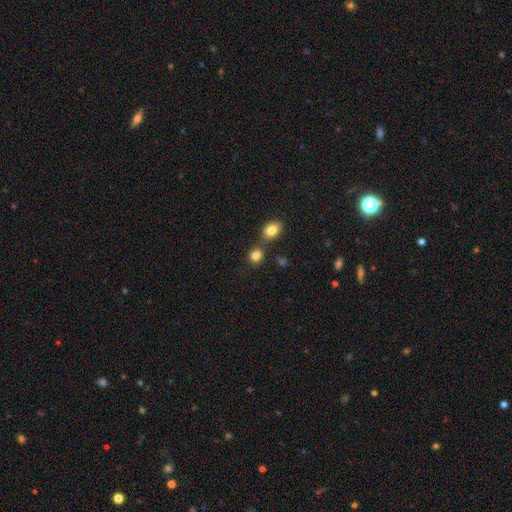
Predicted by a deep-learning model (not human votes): smooth 83%, star or artifact 11%, featured or disk 6%. Down the decision tree: how rounded — round (63%); merging — none (58%).